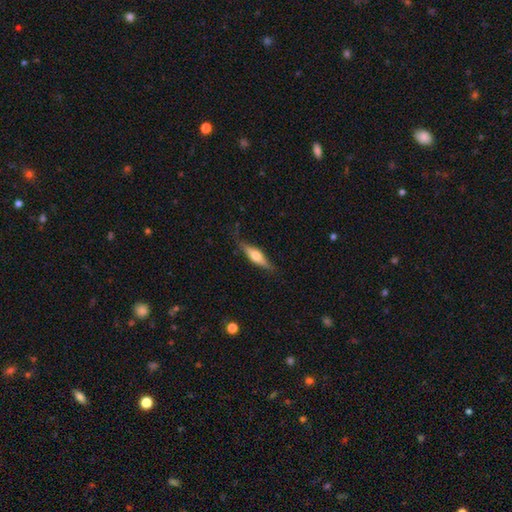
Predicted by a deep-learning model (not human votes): Smooth or featured?
  - featured or disk: 55% *
  - smooth: 39%
  - star or artifact: 6%
Edge-on disk?
  - yes: 93% *
  - no: 7%
Edge-on bulge?
  - rounded: 92% *
  - boxy: 5%
  - none: 2%
Merging?
  - none: 78% *
  - minor disturbance: 17%
  - major disturbance: 4%
  - merger: 1%